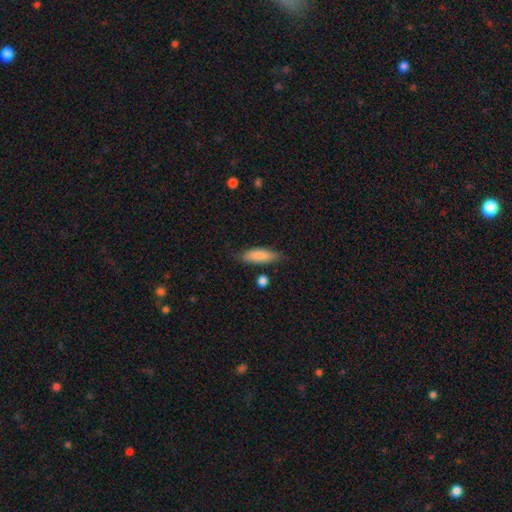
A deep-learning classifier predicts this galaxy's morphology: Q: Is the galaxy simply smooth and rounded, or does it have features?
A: smooth — 81%.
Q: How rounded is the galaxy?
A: cigar-shaped — 54%.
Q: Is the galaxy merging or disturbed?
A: none — 80%.